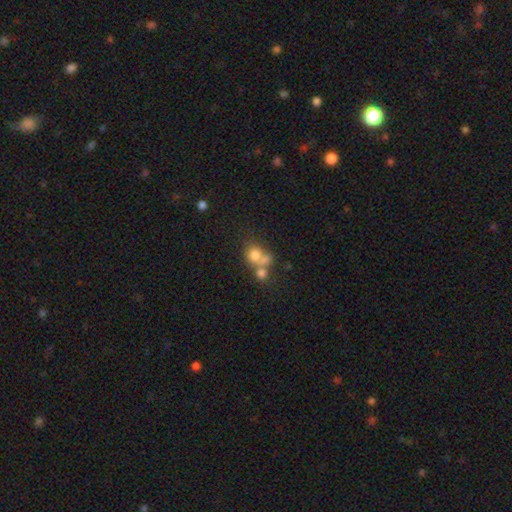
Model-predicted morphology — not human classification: A smooth galaxy with no disk features (72%) that is round (70%).

Vote fractions:
- Smooth or featured? smooth: 72% / featured or disk: 16% / star or artifact: 12%
- How rounded? round: 70% / in between: 29% / cigar-shaped: 1%
- Merging? merger: 57% / none: 28% / minor disturbance: 8% / major disturbance: 7%